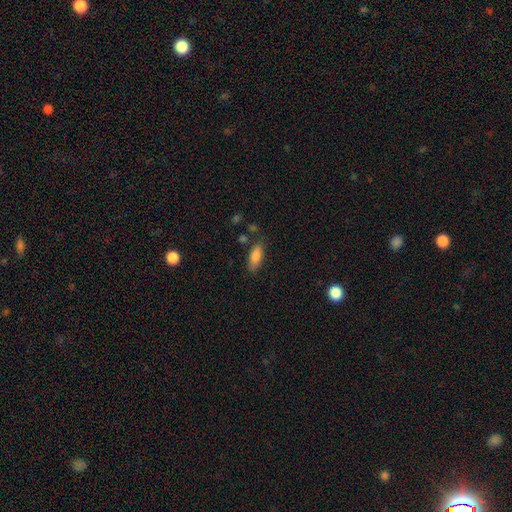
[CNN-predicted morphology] smooth-or-featured: smooth: 85% | featured or disk: 8% | star or artifact: 7%
  how-rounded: in between: 79% | cigar-shaped: 19% | round: 2%
  merging: none: 77% | minor disturbance: 15% | merger: 4% | major disturbance: 4%